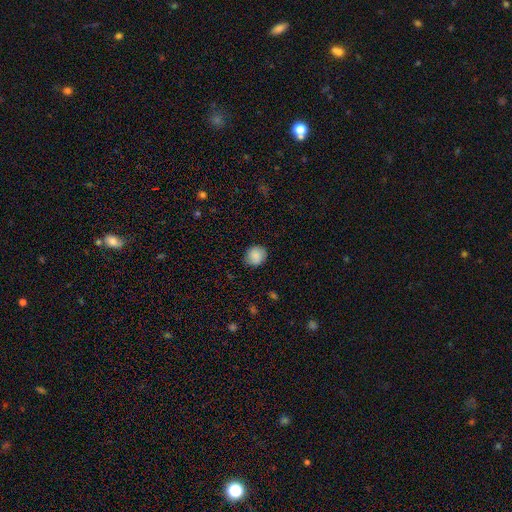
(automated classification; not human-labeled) Q: Smooth or featured?
A: smooth (84%); runner-up: featured or disk (8%)
Q: How rounded?
A: round (82%); runner-up: in between (18%)
Q: Merging?
A: none (85%); runner-up: minor disturbance (11%)